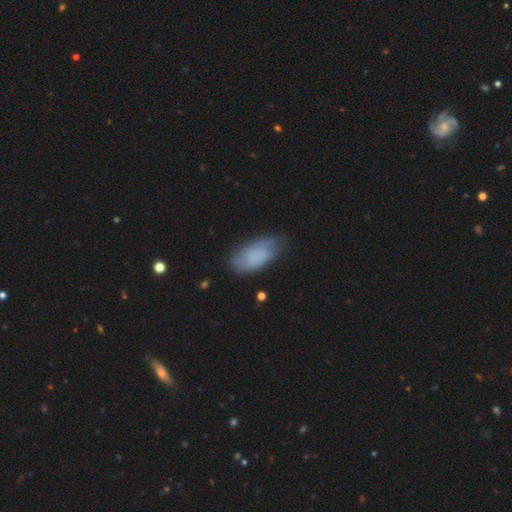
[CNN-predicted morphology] smooth_or_featured: smooth (p=0.70) [alt: featured or disk p=0.22]
how_rounded: in between (p=0.93) [alt: cigar-shaped p=0.04]
merging: none (p=0.62) [alt: minor disturbance p=0.29]